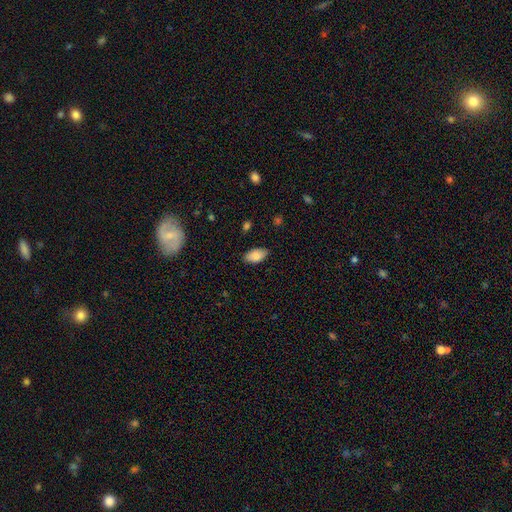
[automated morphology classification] This is clearly a smooth galaxy (83%). How rounded: clearly in between (94%). Merging: clearly none (82%).